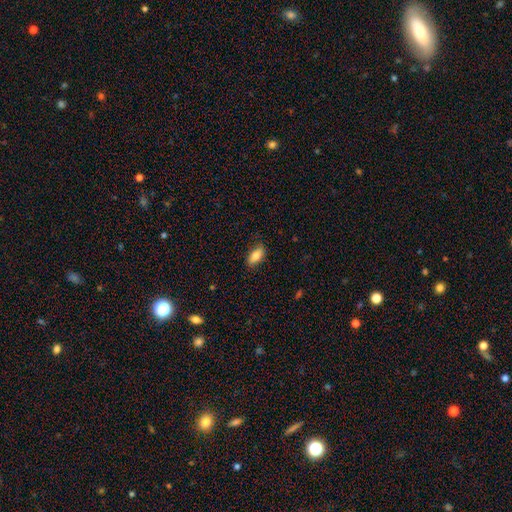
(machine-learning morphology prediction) smooth_or_featured: smooth (p=0.82) [alt: featured or disk p=0.11]
how_rounded: in between (p=0.87) [alt: cigar-shaped p=0.10]
merging: none (p=0.83) [alt: minor disturbance p=0.13]